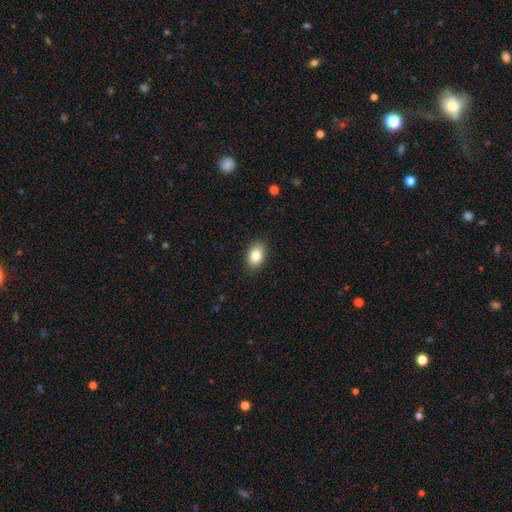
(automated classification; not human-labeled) The model was most divided on "how rounded": in between: 85%, round: 14%, cigar-shaped: 1%. More confident: merging — none (88%); smooth or featured — smooth (83%).